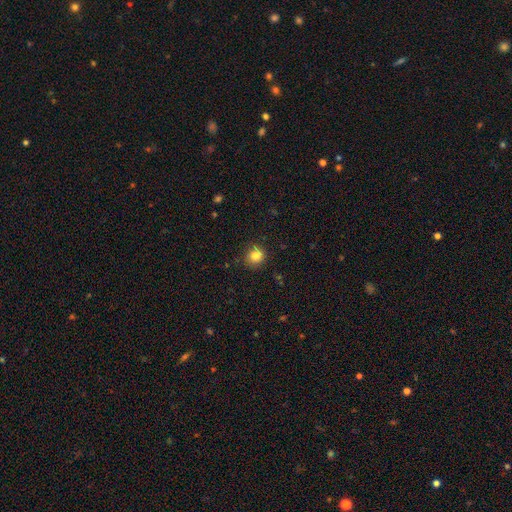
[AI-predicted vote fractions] Smooth or featured?
  - smooth: 82% *
  - star or artifact: 11%
  - featured or disk: 6%
How rounded?
  - round: 88% *
  - in between: 11%
  - cigar-shaped: 1%
Merging?
  - none: 85% *
  - minor disturbance: 11%
  - major disturbance: 3%
  - merger: 1%